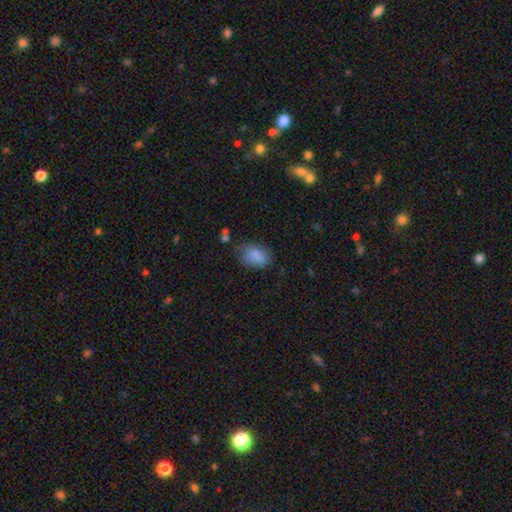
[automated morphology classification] Overall: smooth (82%). How rounded: in between (83%). Merging: none (59%; minor disturbance 29%).